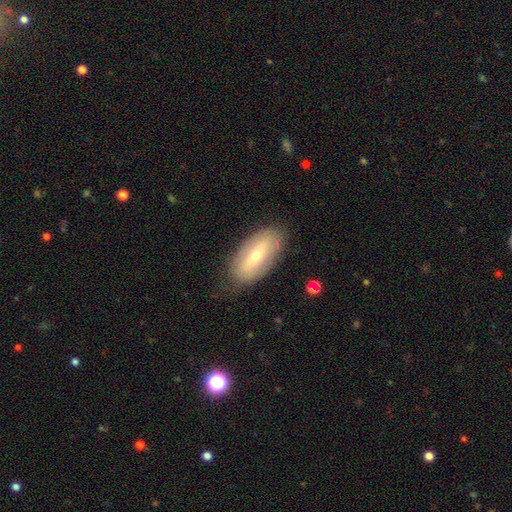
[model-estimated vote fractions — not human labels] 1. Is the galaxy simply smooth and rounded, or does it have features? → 47% smooth, 46% featured or disk, 7% star or artifact.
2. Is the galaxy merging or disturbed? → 78% none, 16% minor disturbance, 5% major disturbance, 1% merger.